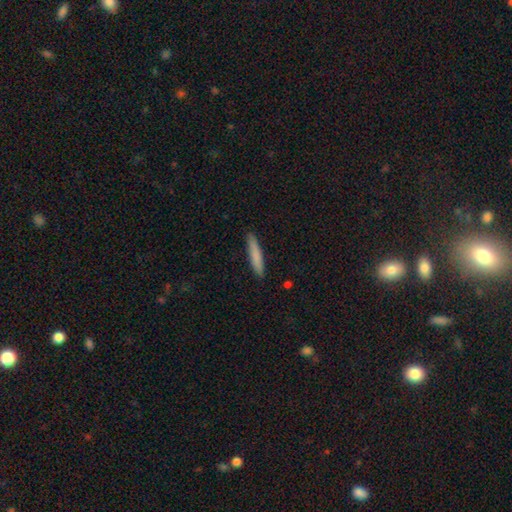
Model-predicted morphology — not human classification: smooth 80%, featured or disk 15%, star or artifact 6%. Down the decision tree: how rounded — cigar-shaped (92%); merging — none (89%).